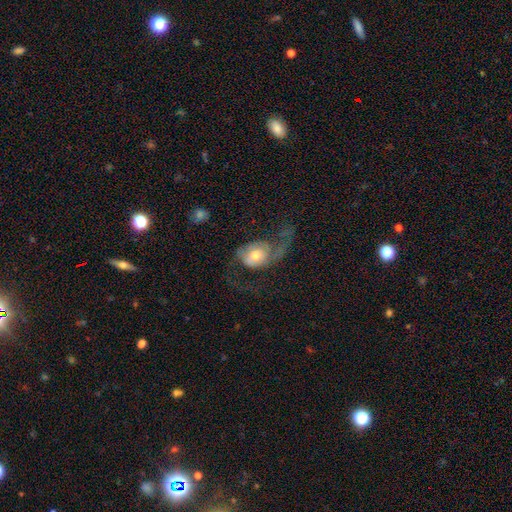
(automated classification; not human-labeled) smooth-or-featured: featured or disk: 68% | smooth: 26% | star or artifact: 6%
  disk-edge-on: no: 95% | yes: 5%
    bar: no: 68% | weak: 25% | strong: 7%
    has-spiral-arms: yes: 84% | no: 16%
      spiral-winding: loose: 68% | medium: 24% | tight: 7%
      spiral-arm-count: 2: 76% | 1: 16% | can't tell: 5% | 3: 1% | 4: 1% | more than 4: 1%
    bulge-size: moderate: 61% | small: 25% | large: 11% | dominant: 2% | none: 2%
  merging: major disturbance: 47% | none: 34% | minor disturbance: 16% | merger: 3%